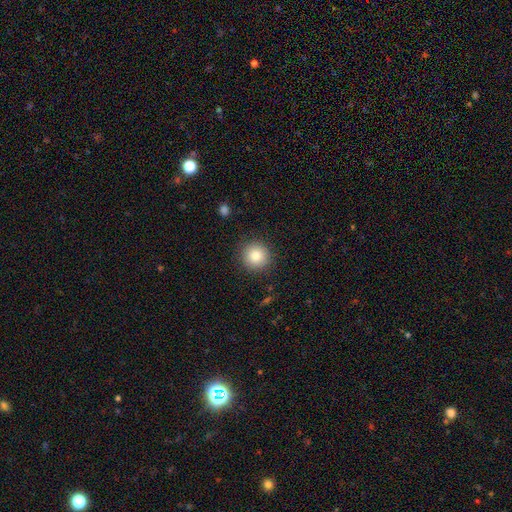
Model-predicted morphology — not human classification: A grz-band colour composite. It shows a smooth galaxy with no disk features (82%) that is round (93%). Merging: none (89%).